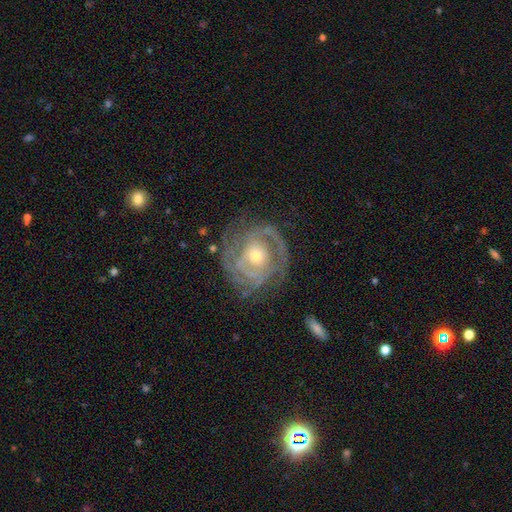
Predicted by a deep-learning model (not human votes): A featured or disk galaxy (87%) with no bar (75%), 2 (32%) tight (69%) spiral arms (93%) and a moderate central bulge (50%).

Vote fractions:
- Smooth or featured? featured or disk: 87% / smooth: 8% / star or artifact: 5%
- Edge-on disk? no: 97% / yes: 3%
- Bar? no: 75% / weak: 19% / strong: 6%
- Spiral arms? yes: 93% / no: 7%
- Spiral winding? tight: 69% / medium: 25% / loose: 7%
- Spiral arm count? 2: 32% / can't tell: 27% / 3: 20% / 4: 8% / 1: 6% / more than 4: 6%
- Bulge size? moderate: 50% / small: 44% / large: 4% / none: 1% / dominant: 1%
- Merging? none: 72% / minor disturbance: 17% / major disturbance: 10% / merger: 2%